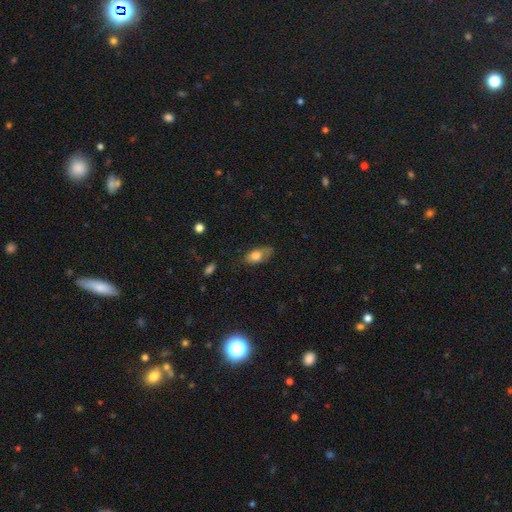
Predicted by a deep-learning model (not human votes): This appears to be a smooth galaxy with no disk features (77%) that is in between round and cigar-shaped (85%). Merging: none (58%).